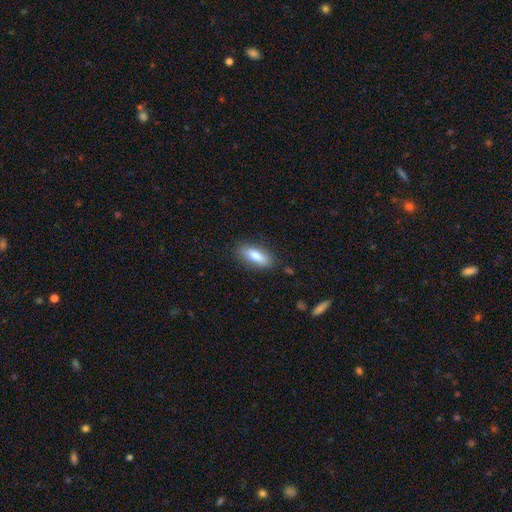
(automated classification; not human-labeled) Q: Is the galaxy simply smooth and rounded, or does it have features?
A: smooth — 83%.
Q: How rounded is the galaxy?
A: in between — 66%.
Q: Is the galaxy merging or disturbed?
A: none — 84%.